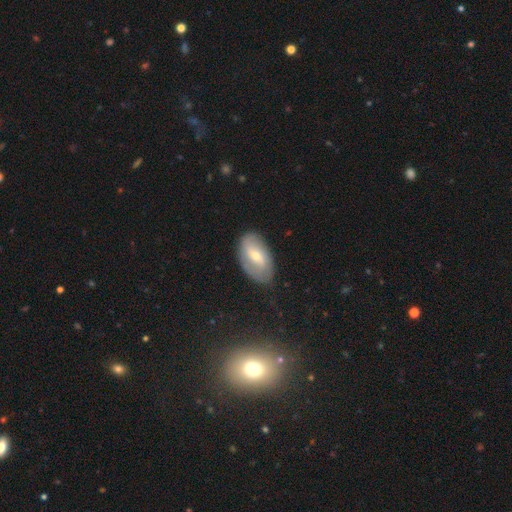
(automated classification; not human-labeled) The model was most divided on "bulge size": small: 55%, moderate: 41%, large: 2%, none: 1%, dominant: 1%. Remaining: edge-on disk — no (92%); merging — none (78%); spiral arms — yes (64%); smooth or featured — featured or disk (56%); bar — weak (44%).